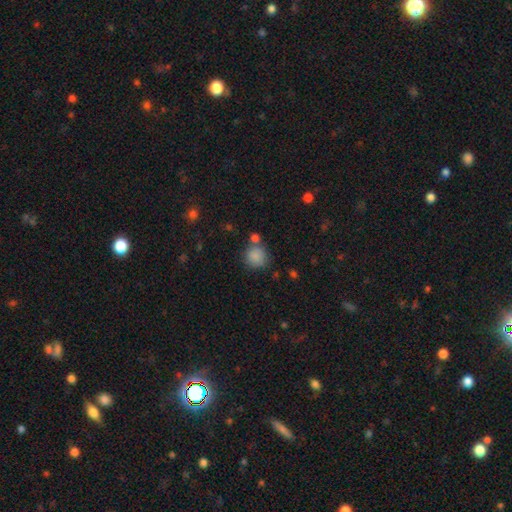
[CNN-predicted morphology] smooth-or-featured: smooth: 85% | star or artifact: 10% | featured or disk: 5%
  how-rounded: round: 87% | in between: 12% | cigar-shaped: 1%
  merging: none: 66% | merger: 15% | minor disturbance: 14% | major disturbance: 5%